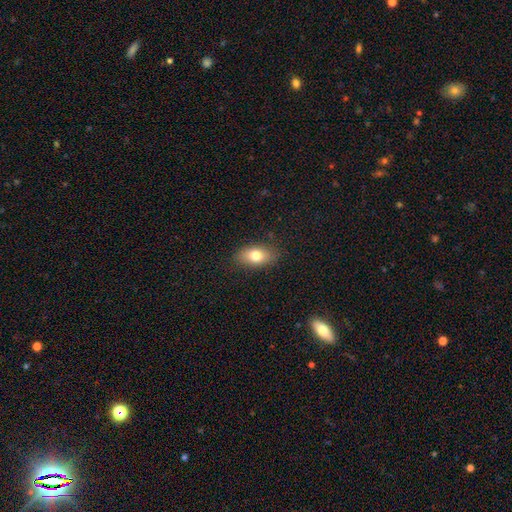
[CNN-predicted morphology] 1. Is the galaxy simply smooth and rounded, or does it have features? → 77% smooth, 15% featured or disk, 8% star or artifact.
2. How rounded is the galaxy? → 87% in between, 9% round, 4% cigar-shaped.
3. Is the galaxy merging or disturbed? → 85% none, 11% minor disturbance, 3% major disturbance, 1% merger.